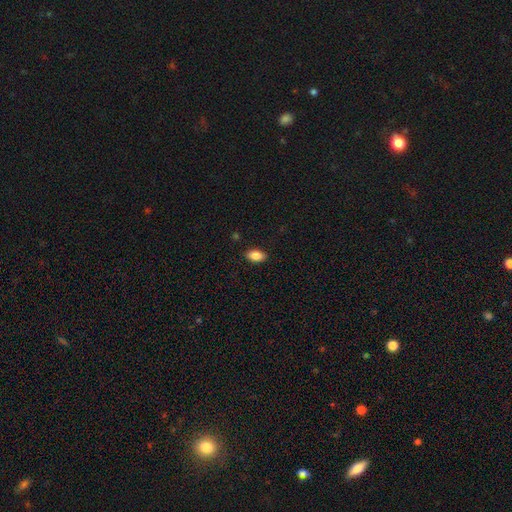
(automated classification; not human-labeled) A smooth galaxy with no disk features (86%) that is in between round and cigar-shaped (91%). Merging: none (88%).